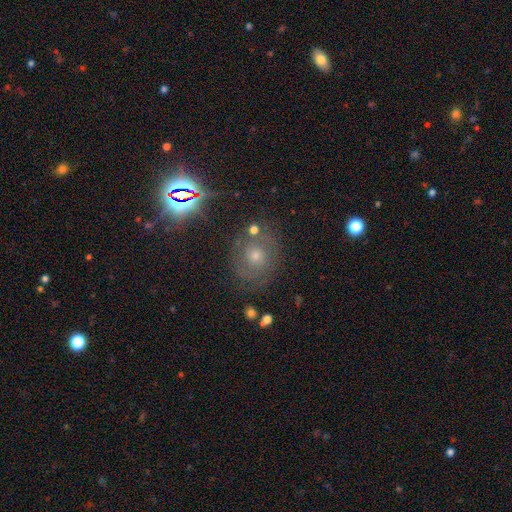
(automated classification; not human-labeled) A featured or disk galaxy (44%).

Vote fractions:
- Smooth or featured? featured or disk: 44% / smooth: 33% / star or artifact: 23%
- Merging? none: 75% / minor disturbance: 14% / major disturbance: 7% / merger: 4%